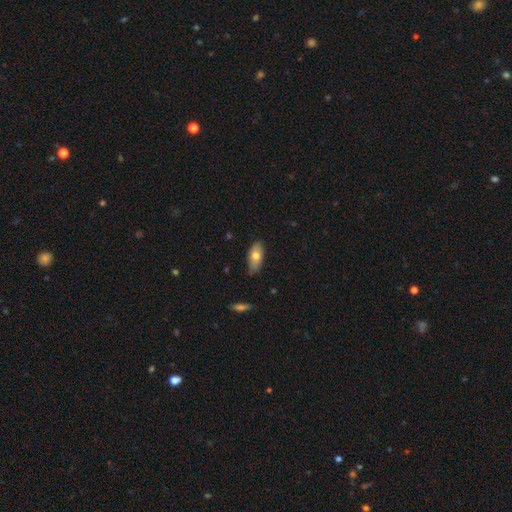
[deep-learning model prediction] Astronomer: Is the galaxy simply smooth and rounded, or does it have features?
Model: smooth — 70%.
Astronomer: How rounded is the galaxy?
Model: in between — 87%.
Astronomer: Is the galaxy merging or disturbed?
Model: none — 76%.